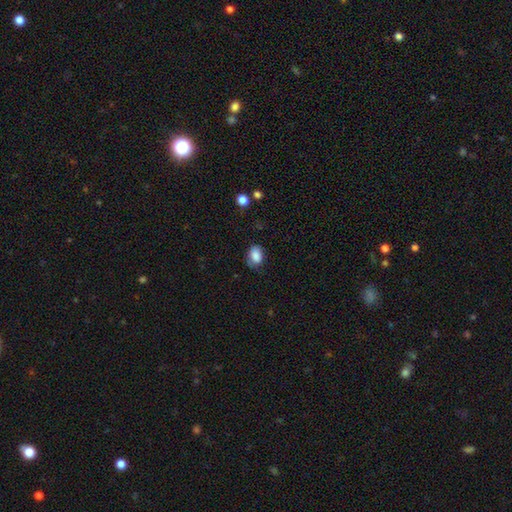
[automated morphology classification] This appears to be a smooth galaxy with no disk features (86%) that is in between round and cigar-shaped (75%). Merging: none (64%).